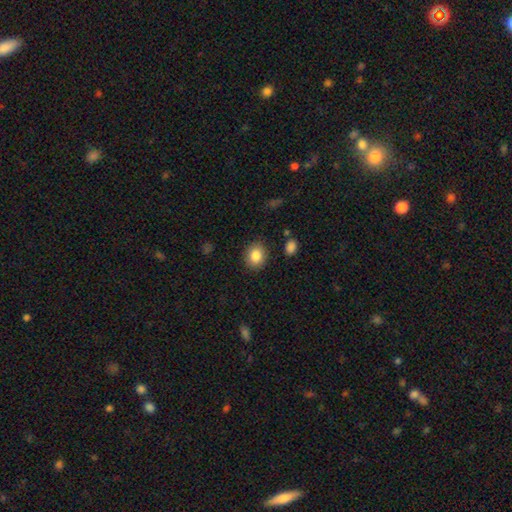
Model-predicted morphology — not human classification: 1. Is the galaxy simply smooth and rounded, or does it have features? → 85% smooth, 9% star or artifact, 6% featured or disk.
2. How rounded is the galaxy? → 61% round, 38% in between, 1% cigar-shaped.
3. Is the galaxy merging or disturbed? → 87% none, 9% minor disturbance, 3% major disturbance, 2% merger.